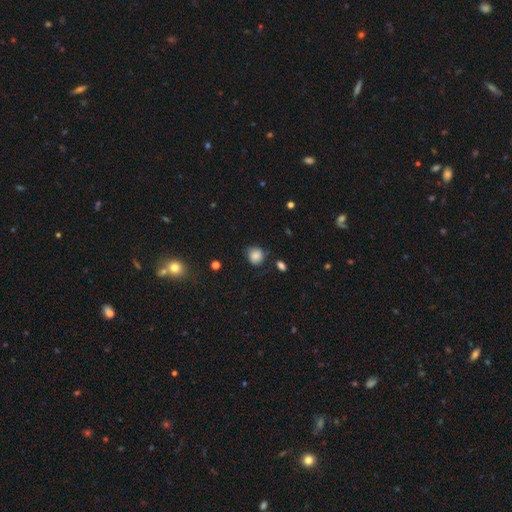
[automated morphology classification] Smooth or featured? smooth (83%)
How rounded? round (82%)
Merging? none (68%)